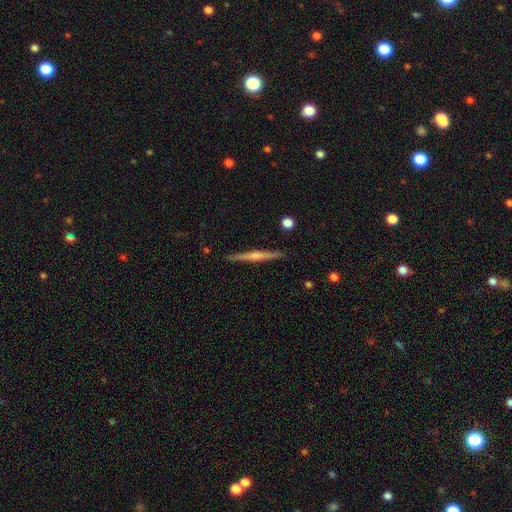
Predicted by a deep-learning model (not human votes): Smooth or featured? Predicted: featured or disk (p=0.72). Edge-on disk? Predicted: yes (p=0.98). Edge-on bulge? Predicted: rounded (p=0.69). Merging? Predicted: none (p=0.92).